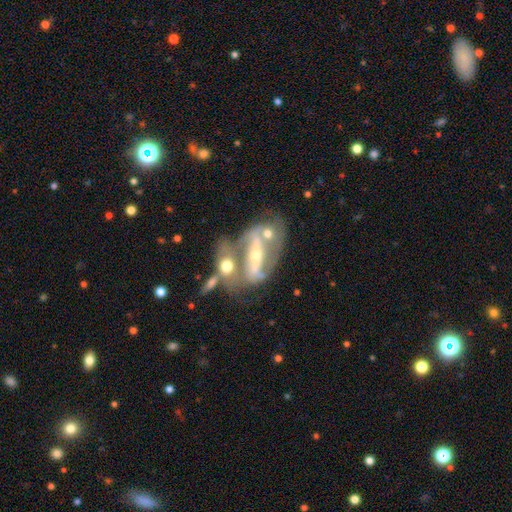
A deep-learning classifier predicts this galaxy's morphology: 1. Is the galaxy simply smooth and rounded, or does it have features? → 83% featured or disk, 11% smooth, 7% star or artifact.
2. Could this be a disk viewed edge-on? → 84% no, 16% yes.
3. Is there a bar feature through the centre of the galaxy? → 68% strong, 17% weak, 15% no.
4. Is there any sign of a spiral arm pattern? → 71% yes, 29% no.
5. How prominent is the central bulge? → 53% small, 42% moderate, 3% large, 2% none, 1% dominant.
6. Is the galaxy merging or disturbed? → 37% merger (tied), 37% none (tied), 14% minor disturbance, 12% major disturbance.